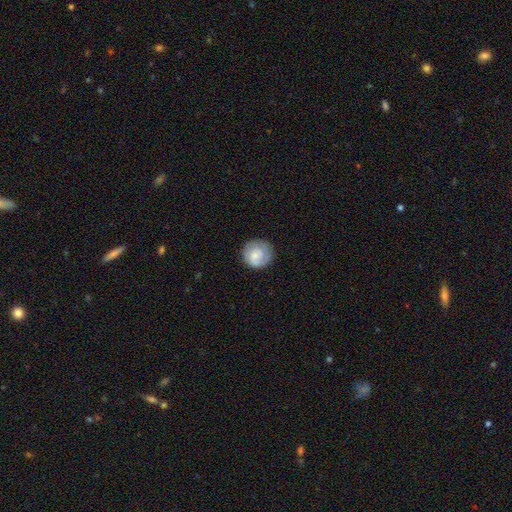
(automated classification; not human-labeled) Morphology: type=smooth (59%); roundness=round (91%); merging=none (80%).